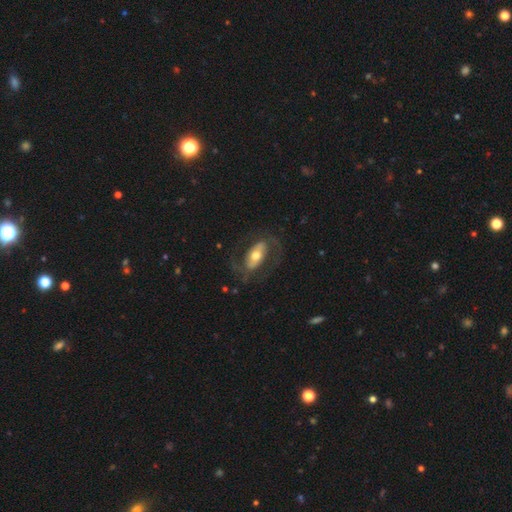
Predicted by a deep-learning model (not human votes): featured or disk 68%, smooth 26%, star or artifact 5%. Down the decision tree: edge-on disk — no (91%); bar — strong (42%); spiral arms — yes (73%); bulge size — moderate (66%); merging — none (67%).